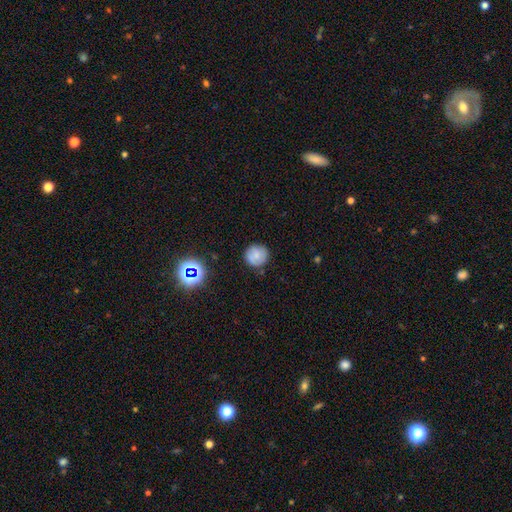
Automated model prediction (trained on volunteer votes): The model was most divided on "smooth or featured": smooth: 73%, featured or disk: 15%, star or artifact: 12%. More confident: how rounded — round (93%); merging — none (84%).